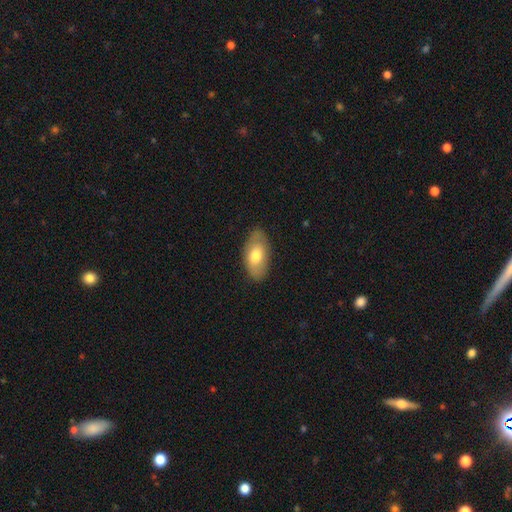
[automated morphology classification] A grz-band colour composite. It shows a smooth galaxy with no disk features (70%) that is in between round and cigar-shaped (92%). Merging: none (82%).